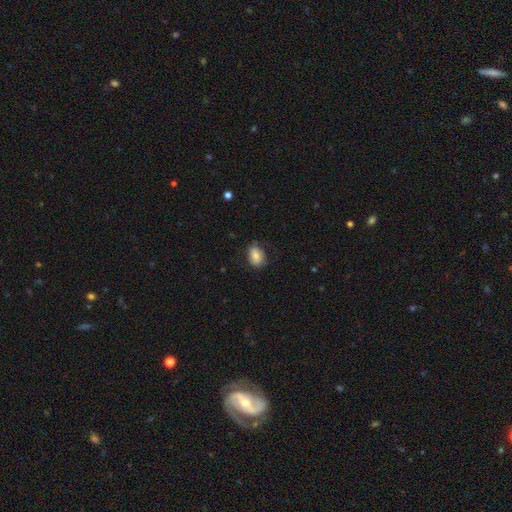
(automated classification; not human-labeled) This appears to be a smooth galaxy with no disk features (78%) that is in between round and cigar-shaped (79%). Merging: none (72%).